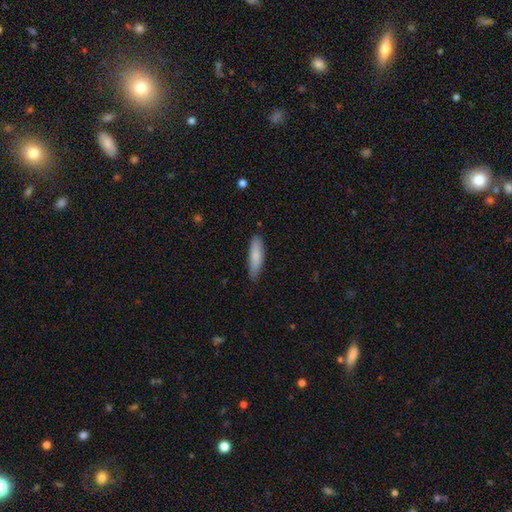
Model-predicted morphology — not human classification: This appears to be a smooth galaxy with no disk features (82%) that is cigar-shaped (65%). Merging: none (83%).